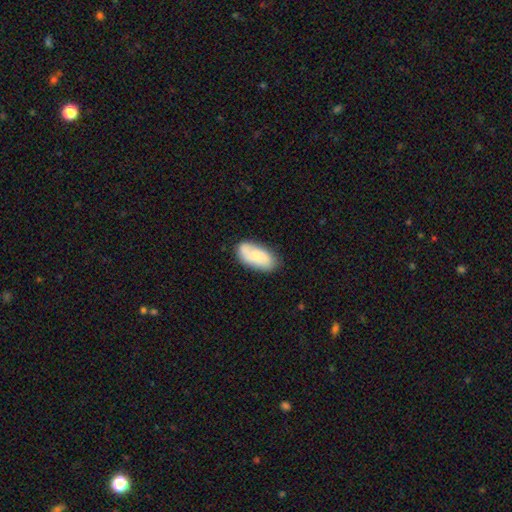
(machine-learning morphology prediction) This is likely a smooth galaxy (68%). How rounded: clearly in between (92%). Merging: likely none (72%).